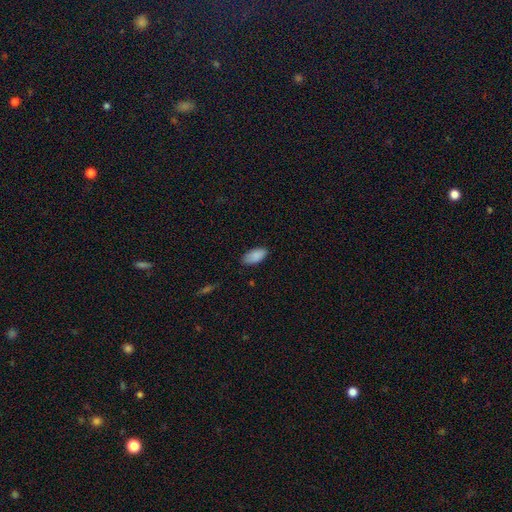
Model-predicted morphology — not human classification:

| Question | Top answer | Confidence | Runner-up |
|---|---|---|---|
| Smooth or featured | smooth | 89% | star or artifact (7%) |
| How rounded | in between | 93% | cigar-shaped (4%) |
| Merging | none | 82% | minor disturbance (15%) |